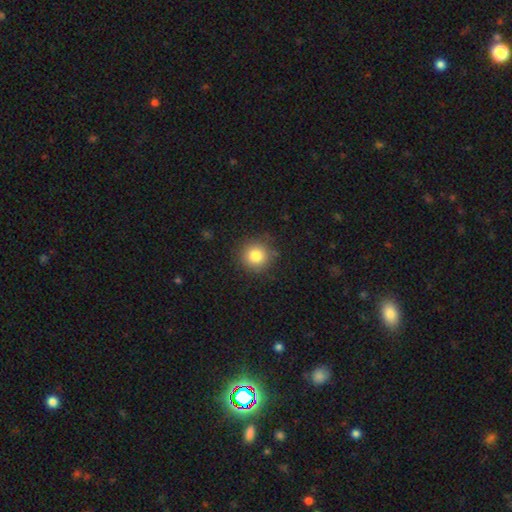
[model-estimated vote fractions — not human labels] The model was most divided on "smooth or featured": smooth: 82%, star or artifact: 11%, featured or disk: 7%. More confident: how rounded — round (93%); merging — none (87%).